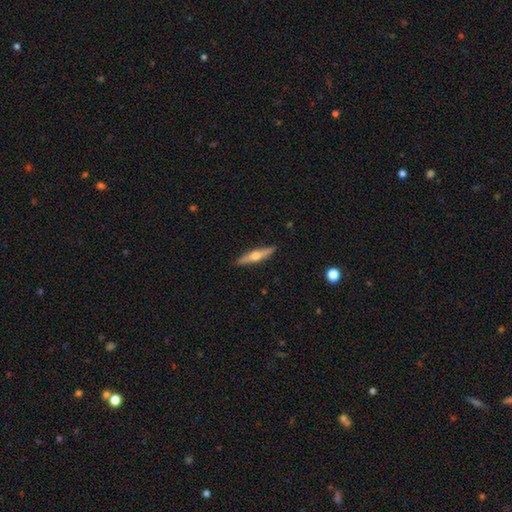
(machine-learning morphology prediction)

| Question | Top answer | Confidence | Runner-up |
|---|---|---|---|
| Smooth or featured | featured or disk | 63% | smooth (32%) |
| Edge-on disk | yes | 96% | no (4%) |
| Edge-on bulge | rounded | 95% | none (3%) |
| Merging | none | 90% | minor disturbance (7%) |